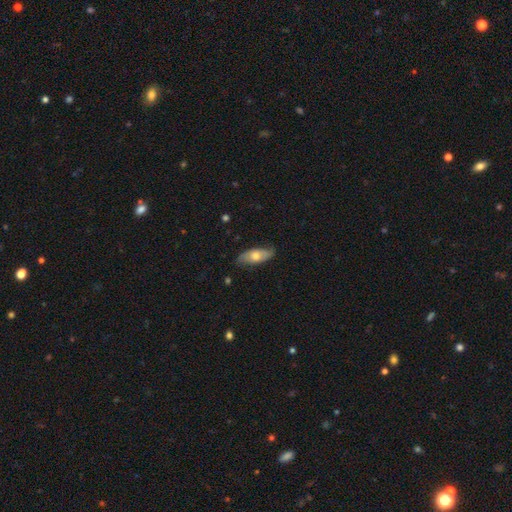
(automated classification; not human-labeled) Smooth or featured: smooth — 61% (featured or disk — 34%)
How rounded: in between — 80% (cigar-shaped — 17%)
Merging: none — 80% (minor disturbance — 16%)